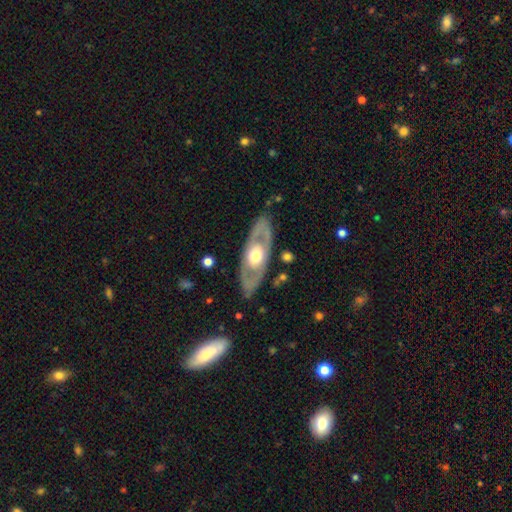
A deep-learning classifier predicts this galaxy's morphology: Q: Smooth or featured?
A: featured or disk (65%); runner-up: smooth (30%)
Q: Edge-on disk?
A: no (80%); runner-up: yes (20%)
Q: Bar?
A: no (83%); runner-up: weak (13%)
Q: Spiral arms?
A: no (78%); runner-up: yes (22%)
Q: Bulge size?
A: moderate (62%); runner-up: large (29%)
Q: Merging?
A: none (83%); runner-up: minor disturbance (11%)